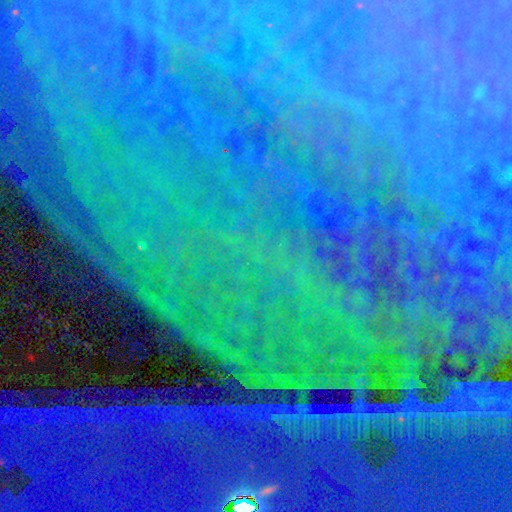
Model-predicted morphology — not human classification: Smooth or featured: star or artifact — 86% (featured or disk — 8%)